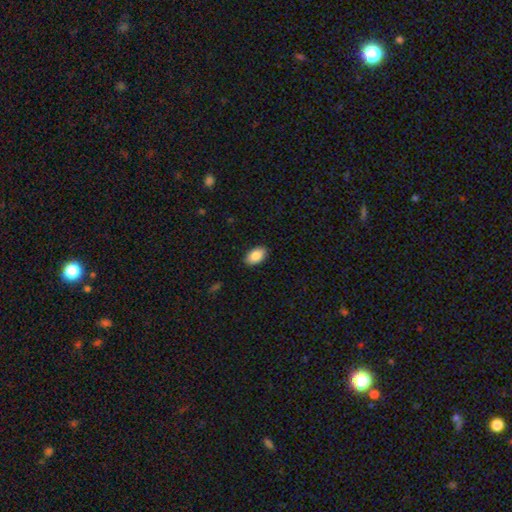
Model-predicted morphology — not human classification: type=smooth (87%); roundness=in between (93%); merging=none (89%).